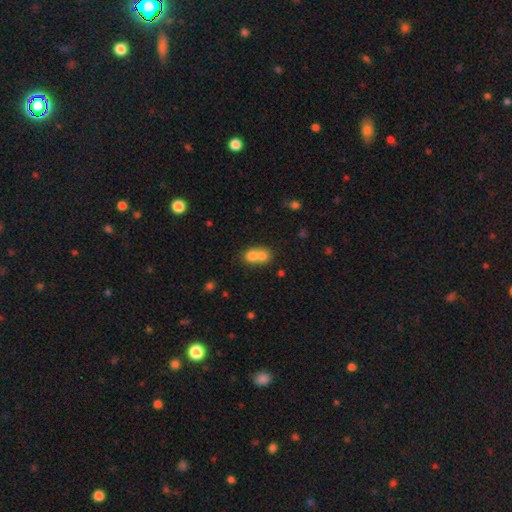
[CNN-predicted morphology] Smooth or featured: smooth — 73% (featured or disk — 17%)
How rounded: round — 61% (in between — 38%)
Merging: merger — 71% (none — 22%)